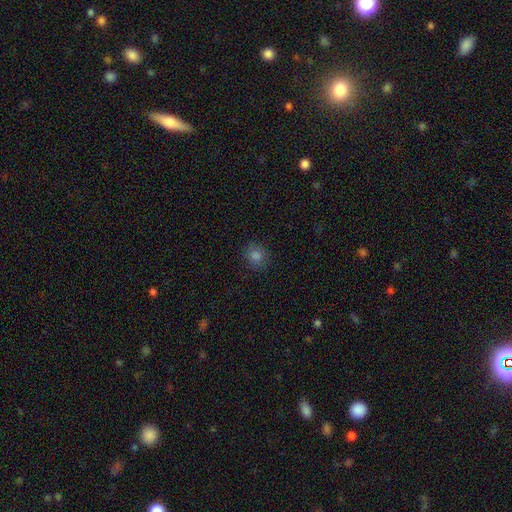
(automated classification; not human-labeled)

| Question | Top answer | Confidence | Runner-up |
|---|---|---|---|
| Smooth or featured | smooth | 79% | star or artifact (15%) |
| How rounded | round | 81% | in between (18%) |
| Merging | none | 87% | minor disturbance (9%) |